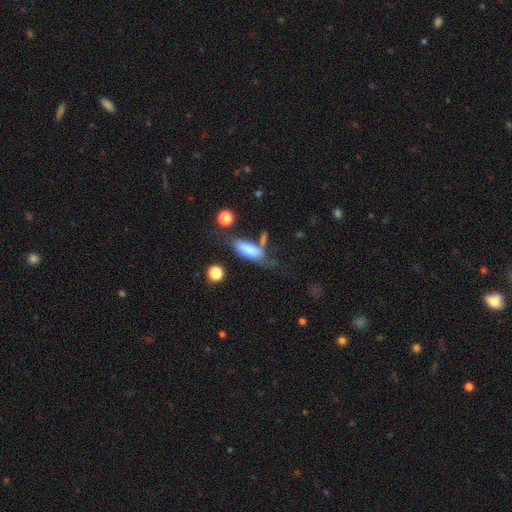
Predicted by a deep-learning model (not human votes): Smooth or featured: smooth — 58% (featured or disk — 28%)
How rounded: in between — 54% (cigar-shaped — 42%)
Merging: none — 46% (minor disturbance — 24%)